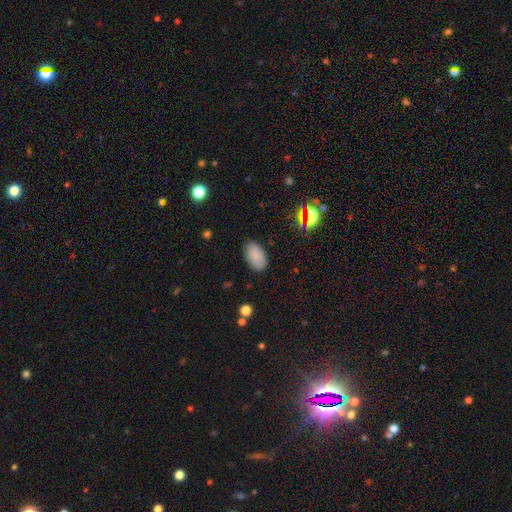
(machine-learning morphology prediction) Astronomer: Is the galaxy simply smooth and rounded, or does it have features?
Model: smooth — 86%.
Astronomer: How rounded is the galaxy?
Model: in between — 94%.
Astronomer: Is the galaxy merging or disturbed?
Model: none — 84%.